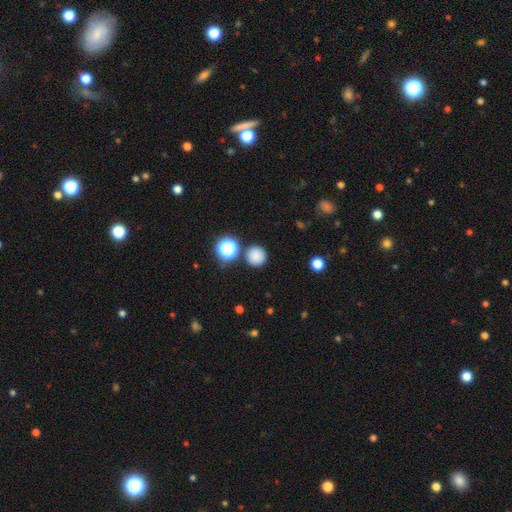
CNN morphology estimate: Smooth or featured?
  - smooth: 81% *
  - star or artifact: 14%
  - featured or disk: 4%
How rounded?
  - round: 94% *
  - in between: 5%
  - cigar-shaped: 1%
Merging?
  - none: 84% *
  - minor disturbance: 8%
  - merger: 6%
  - major disturbance: 3%